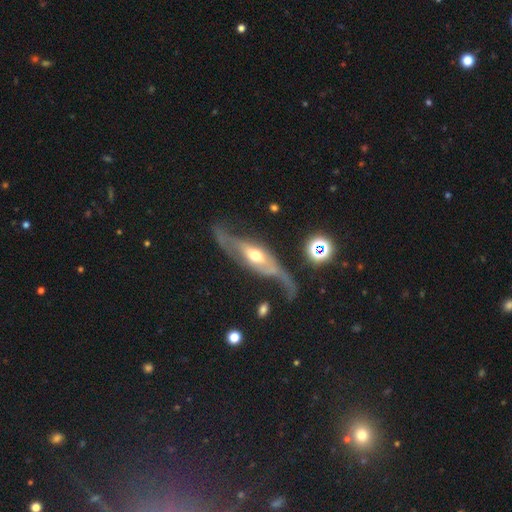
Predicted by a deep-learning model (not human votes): Overall: featured or disk (76%). Edge-on disk: no (59%; yes 41%). Merging: none (41%; major disturbance 30%).